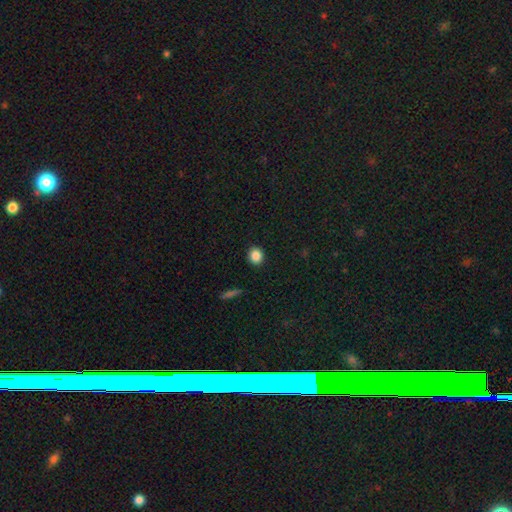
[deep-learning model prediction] smooth 87%, star or artifact 10%, featured or disk 4%. Down the decision tree: how rounded — round (80%); merging — none (92%).